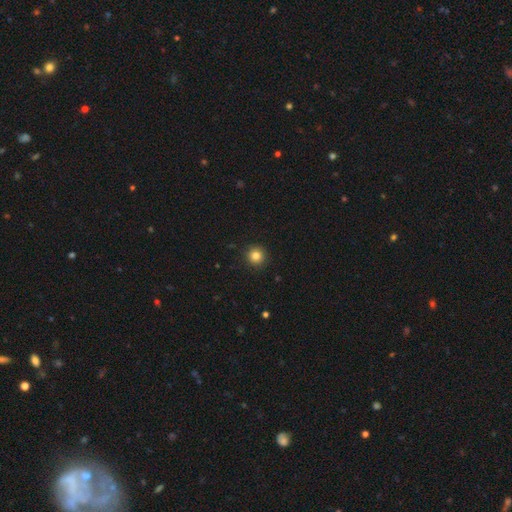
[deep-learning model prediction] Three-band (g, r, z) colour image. It shows a smooth galaxy with no disk features (84%) that is round (95%). Merging: none (92%).